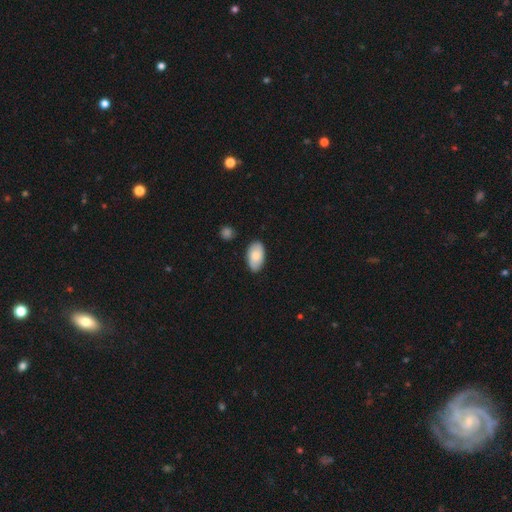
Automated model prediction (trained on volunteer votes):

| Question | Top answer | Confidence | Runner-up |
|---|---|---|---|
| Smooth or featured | smooth | 79% | featured or disk (15%) |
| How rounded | in between | 95% | round (4%) |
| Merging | none | 82% | minor disturbance (13%) |